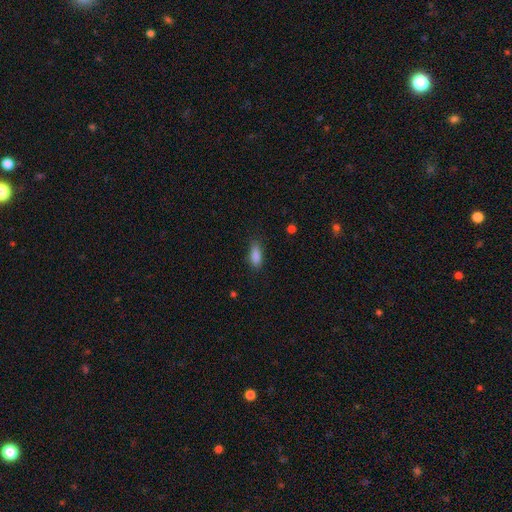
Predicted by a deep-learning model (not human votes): A smooth galaxy with no disk features (87%) that is in between round and cigar-shaped (76%).

Vote fractions:
- Smooth or featured? smooth: 87% / star or artifact: 9% / featured or disk: 5%
- How rounded? in between: 76% / cigar-shaped: 21% / round: 3%
- Merging? none: 77% / minor disturbance: 17% / major disturbance: 4% / merger: 1%